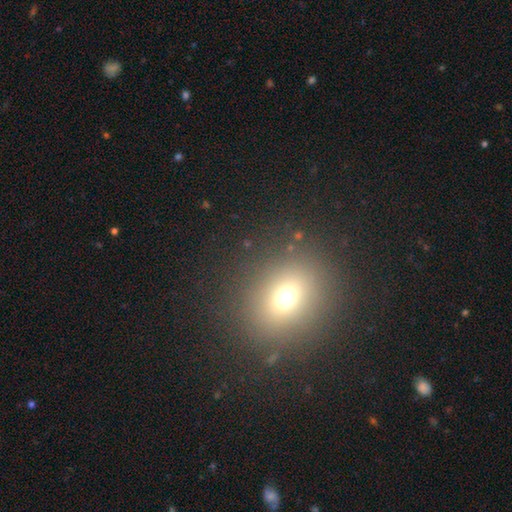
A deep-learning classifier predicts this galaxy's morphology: Smooth or featured? smooth (64%)
How rounded? round (63%)
Merging? none (90%)